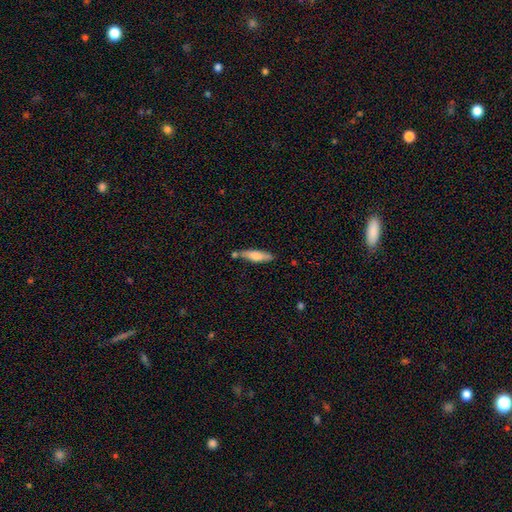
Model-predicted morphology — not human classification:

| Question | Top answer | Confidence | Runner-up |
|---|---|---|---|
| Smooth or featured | smooth | 62% | featured or disk (32%) |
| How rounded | cigar-shaped | 77% | in between (22%) |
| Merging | none | 70% | minor disturbance (16%) |